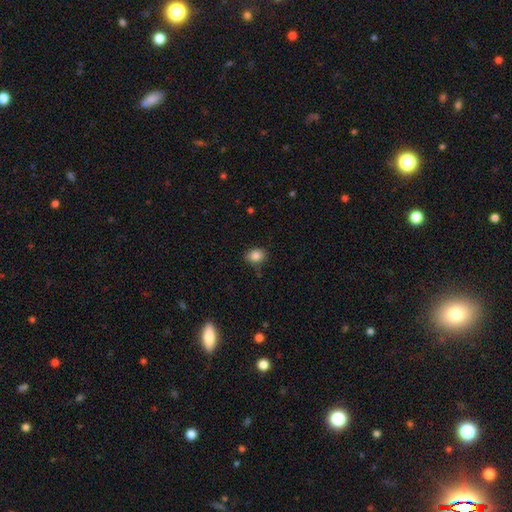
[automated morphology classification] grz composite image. It shows a smooth galaxy with no disk features (85%) that is in between round and cigar-shaped (50%). Merging: none (82%).